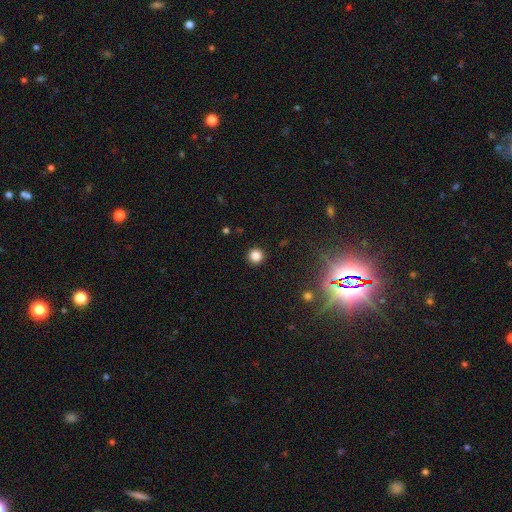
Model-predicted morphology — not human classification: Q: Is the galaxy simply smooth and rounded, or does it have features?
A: smooth — 84%.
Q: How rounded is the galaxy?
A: round — 95%.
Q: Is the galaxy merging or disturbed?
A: none — 92%.